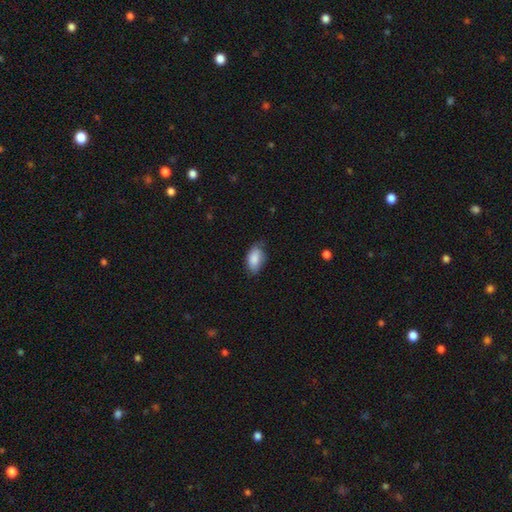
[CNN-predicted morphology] smooth_or_featured: smooth (p=0.86) [alt: featured or disk p=0.08]
how_rounded: in between (p=0.92) [alt: round p=0.05]
merging: none (p=0.67) [alt: minor disturbance p=0.27]